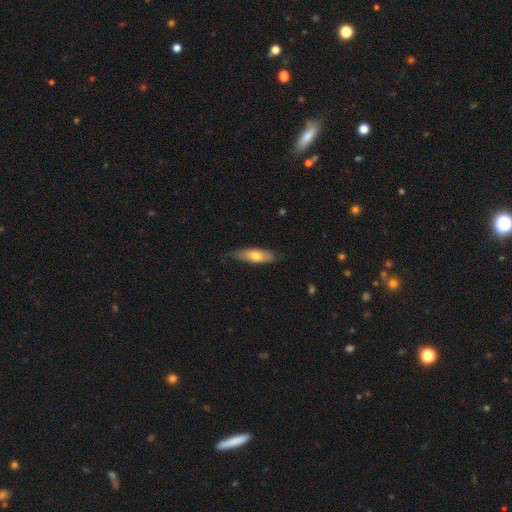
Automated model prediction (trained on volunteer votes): smooth_or_featured: smooth (p=0.63) [alt: featured or disk p=0.31]
how_rounded: in between (p=0.54) [alt: cigar-shaped p=0.43]
merging: none (p=0.70) [alt: minor disturbance p=0.24]